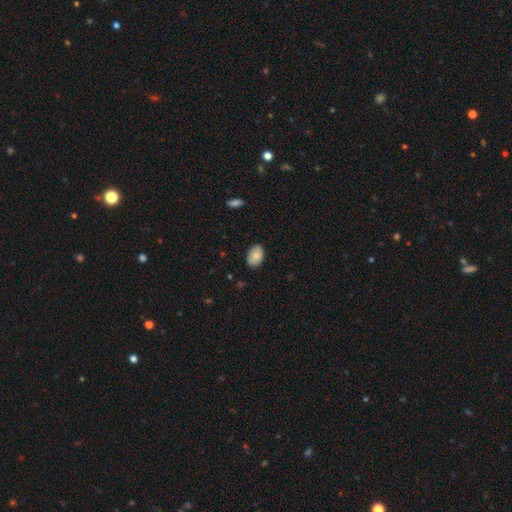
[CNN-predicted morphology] Smooth or featured?
  - smooth: 83% *
  - featured or disk: 11%
  - star or artifact: 7%
How rounded?
  - in between: 88% *
  - round: 11%
  - cigar-shaped: 1%
Merging?
  - none: 82% *
  - minor disturbance: 14%
  - major disturbance: 2%
  - merger: 1%